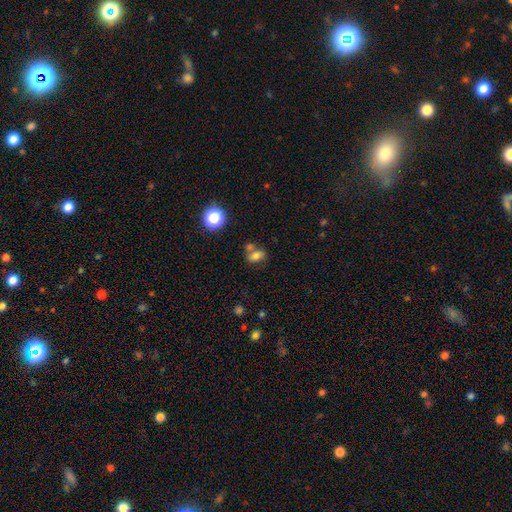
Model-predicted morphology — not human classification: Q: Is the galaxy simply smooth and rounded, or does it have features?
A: smooth — 74%.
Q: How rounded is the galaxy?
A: in between — 77%.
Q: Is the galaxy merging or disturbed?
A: none — 50%.